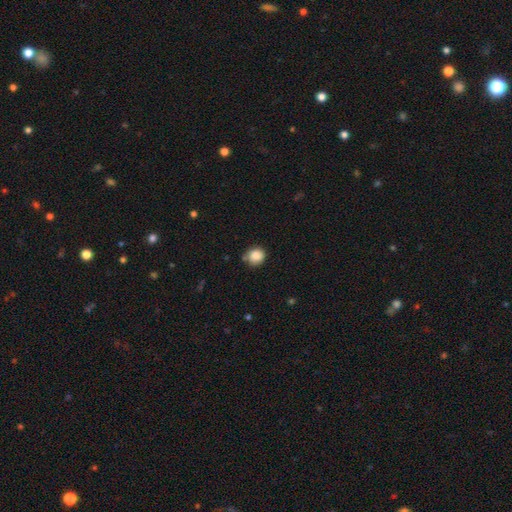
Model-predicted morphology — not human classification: A smooth galaxy with no disk features (87%) that is round (85%).

Vote fractions:
- Smooth or featured? smooth: 87% / star or artifact: 9% / featured or disk: 4%
- How rounded? round: 85% / in between: 14% / cigar-shaped: 1%
- Merging? none: 67% / minor disturbance: 23% / merger: 5% / major disturbance: 5%